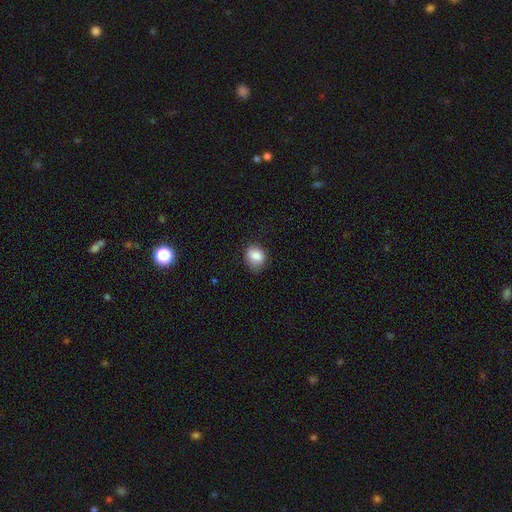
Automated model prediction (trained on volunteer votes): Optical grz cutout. It shows a smooth galaxy with no disk features (85%) that is in between round and cigar-shaped (56%). Merging: none (65%).